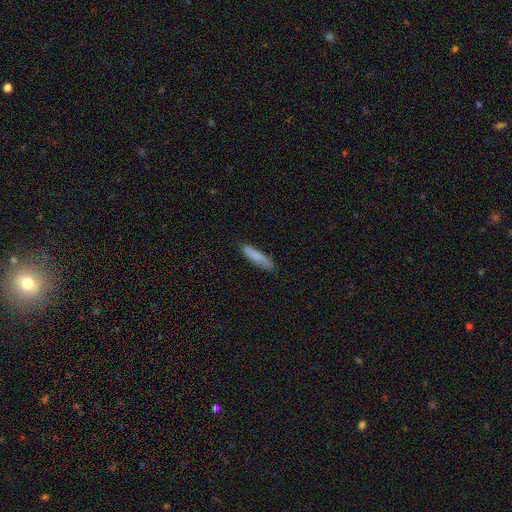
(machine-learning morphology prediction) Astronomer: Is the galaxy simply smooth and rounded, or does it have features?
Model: smooth — 77%.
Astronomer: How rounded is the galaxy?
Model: cigar-shaped — 83%.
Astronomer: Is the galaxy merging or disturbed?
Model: none — 82%.